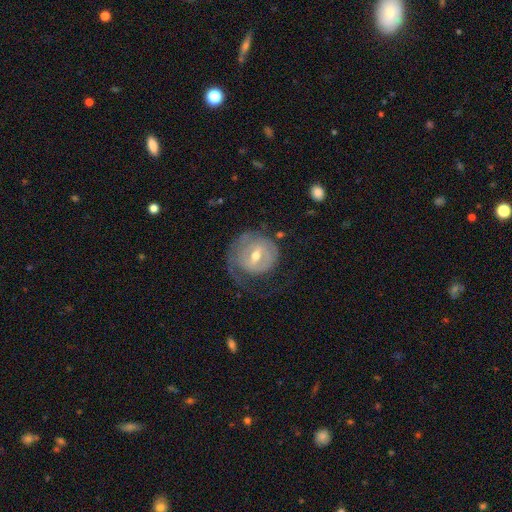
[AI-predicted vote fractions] A featured or disk galaxy (74%) with a weak bar (55%), tight (59%) spiral arms (77%) and a moderate central bulge (64%).

Vote fractions:
- Smooth or featured? featured or disk: 74% / smooth: 20% / star or artifact: 6%
- Edge-on disk? no: 96% / yes: 4%
- Bar? weak: 55% / strong: 25% / no: 20%
- Spiral arms? yes: 77% / no: 23%
- Spiral winding? tight: 59% / medium: 26% / loose: 15%
- Spiral arm count? can't tell: 32% / 2: 31% / 1: 29% / 3: 5% / 4: 2% / more than 4: 2%
- Bulge size? moderate: 64% / small: 31% / large: 4% / none: 1% / dominant: 1%
- Merging? none: 53% / major disturbance: 25% / minor disturbance: 20% / merger: 2%